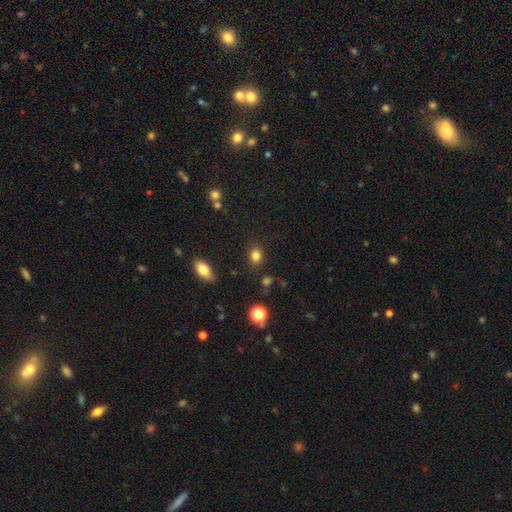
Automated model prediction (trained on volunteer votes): A smooth galaxy with no disk features (83%) that is round (55%). Merging: none (82%).